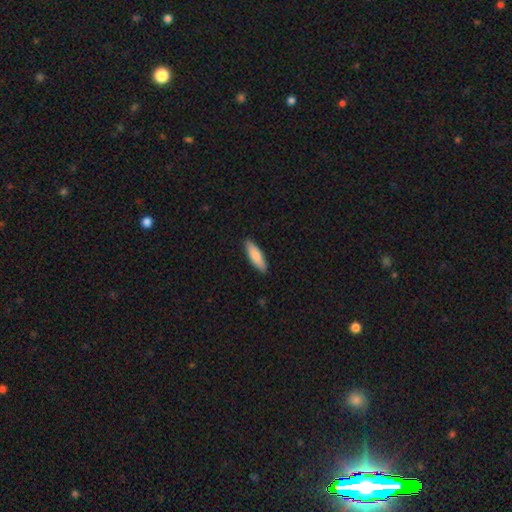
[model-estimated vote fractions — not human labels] The model was most divided on "how rounded": cigar-shaped: 53%, in between: 45%, round: 2%. More confident: merging — none (90%); smooth or featured — smooth (82%).